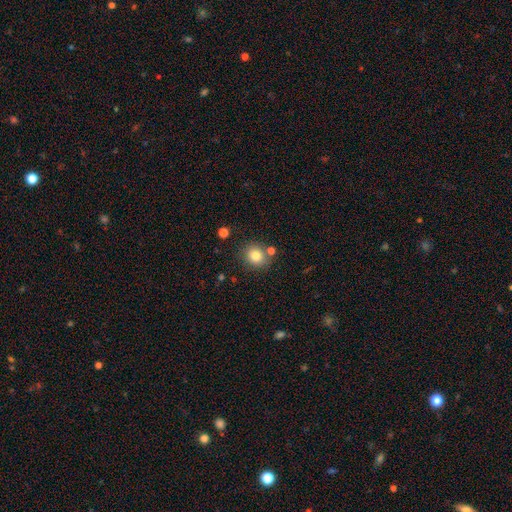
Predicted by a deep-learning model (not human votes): Smooth or featured?
  - smooth: 81% *
  - star or artifact: 11%
  - featured or disk: 8%
How rounded?
  - round: 81% *
  - in between: 18%
  - cigar-shaped: 1%
Merging?
  - none: 77% *
  - minor disturbance: 10%
  - merger: 10%
  - major disturbance: 3%